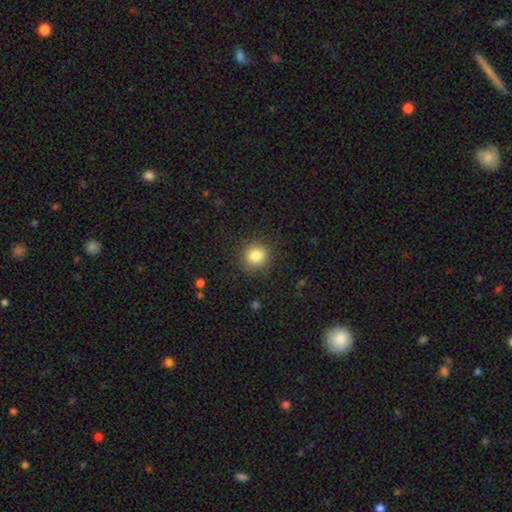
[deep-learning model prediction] Smooth or featured? smooth (84%)
How rounded? round (91%)
Merging? none (87%)